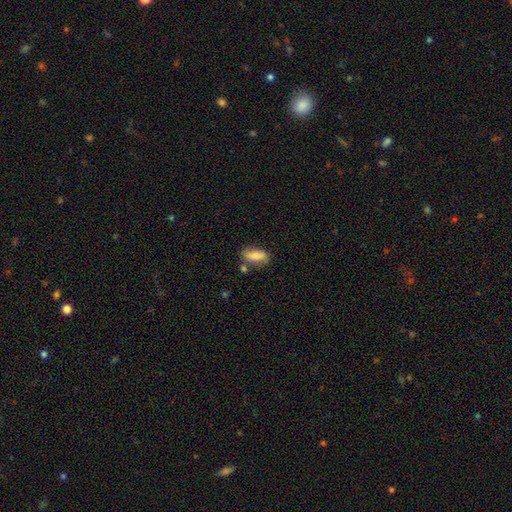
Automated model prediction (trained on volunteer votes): Overall: smooth (65%; featured or disk 26%). How rounded: in between (79%). Merging: none (60%; minor disturbance 22%).